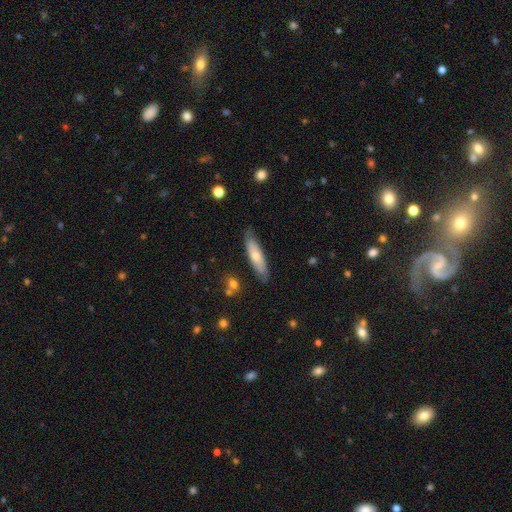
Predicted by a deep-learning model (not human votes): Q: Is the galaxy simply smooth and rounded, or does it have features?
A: smooth — 66%.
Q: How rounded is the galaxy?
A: cigar-shaped — 69%.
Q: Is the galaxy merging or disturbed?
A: none — 80%.